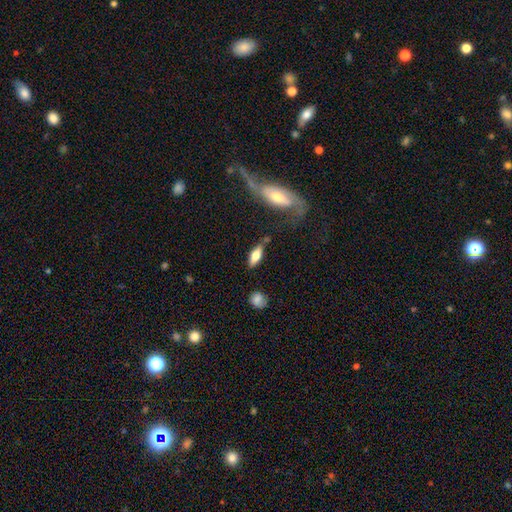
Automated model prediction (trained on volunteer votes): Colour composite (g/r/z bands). It shows a smooth galaxy with no disk features (58%) that is in between round and cigar-shaped (65%). Merging: none (74%).